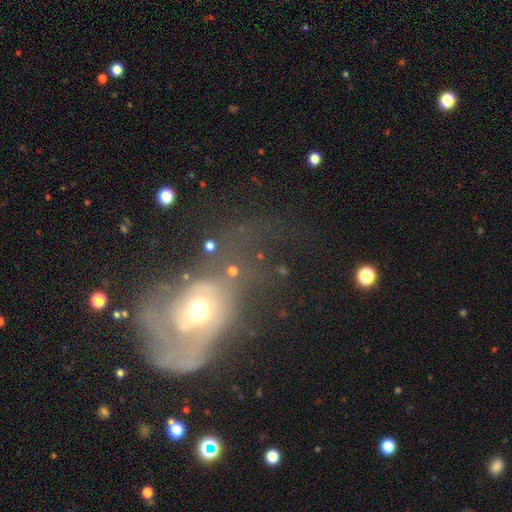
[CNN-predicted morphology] Overall: featured or disk (67%). Edge-on disk: no (95%). Bar: no (76%). Spiral arms: yes (66%; no 34%). Bulge size: moderate (62%; small 27%). Merging: major disturbance (47%; none 27%).